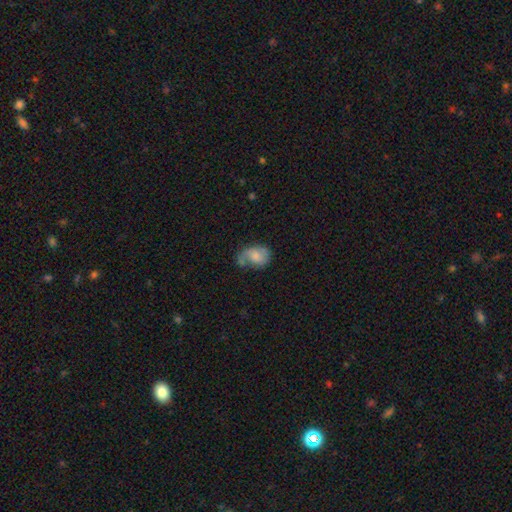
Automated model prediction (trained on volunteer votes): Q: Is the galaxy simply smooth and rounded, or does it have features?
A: smooth — 48%.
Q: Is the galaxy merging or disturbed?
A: none — 38%.